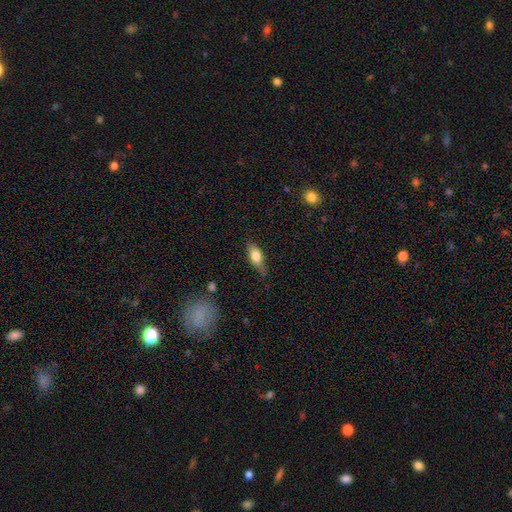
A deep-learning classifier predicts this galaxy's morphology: Q: Smooth or featured?
A: smooth (74%); runner-up: featured or disk (18%)
Q: How rounded?
A: in between (75%); runner-up: cigar-shaped (20%)
Q: Merging?
A: none (61%); runner-up: minor disturbance (29%)